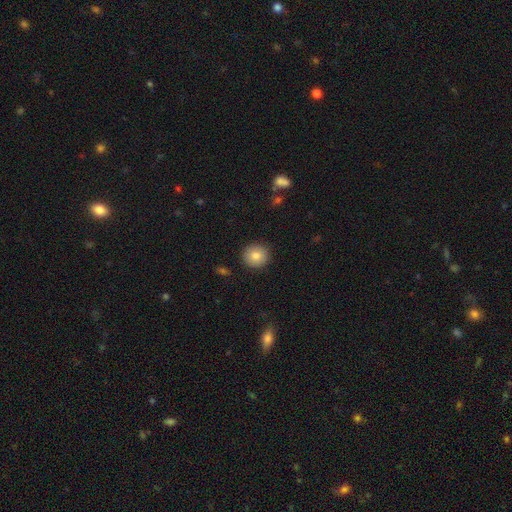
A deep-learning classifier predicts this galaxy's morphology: Smooth or featured?
  - smooth: 83% *
  - star or artifact: 9%
  - featured or disk: 8%
How rounded?
  - round: 92% *
  - in between: 7%
  - cigar-shaped: 1%
Merging?
  - none: 91% *
  - minor disturbance: 6%
  - major disturbance: 2%
  - merger: 1%